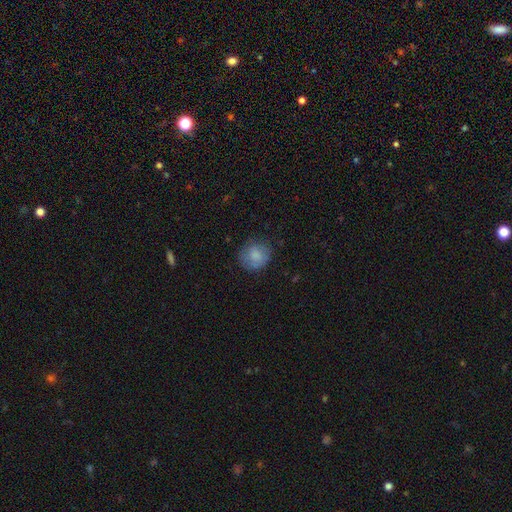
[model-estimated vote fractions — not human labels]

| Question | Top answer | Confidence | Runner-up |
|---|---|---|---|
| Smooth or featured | smooth | 79% | featured or disk (13%) |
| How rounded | round | 83% | in between (16%) |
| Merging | none | 72% | minor disturbance (19%) |